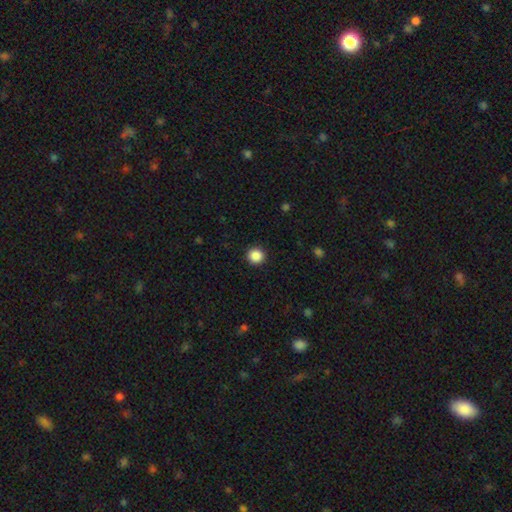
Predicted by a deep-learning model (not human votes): smooth 87%, star or artifact 10%, featured or disk 3%. Down the decision tree: how rounded — round (94%); merging — none (92%).